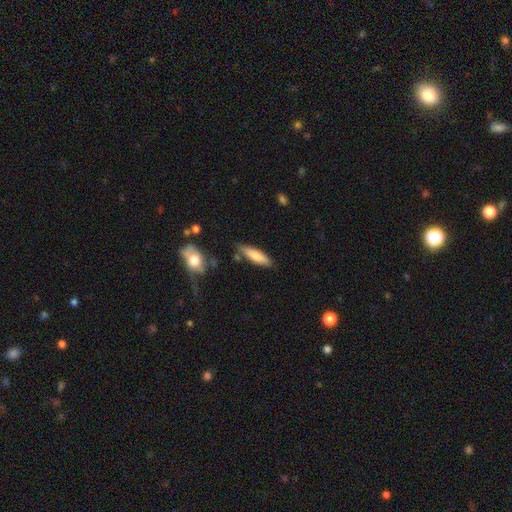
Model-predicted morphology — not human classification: type=smooth (79%); roundness=cigar-shaped (64%); merging=none (77%).